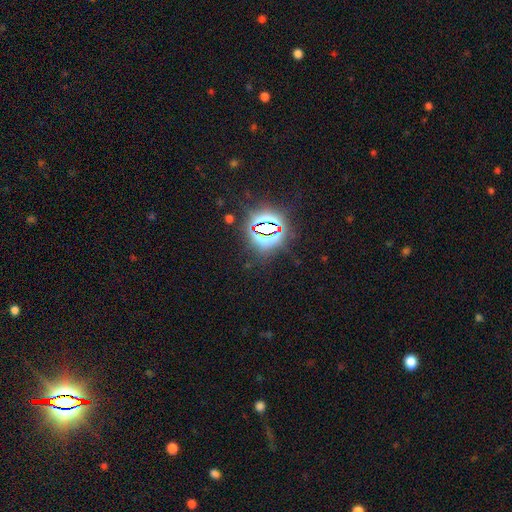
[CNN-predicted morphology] type=star or artifact (84%).